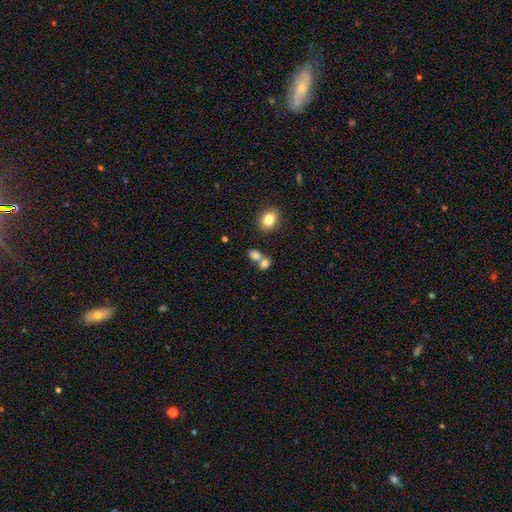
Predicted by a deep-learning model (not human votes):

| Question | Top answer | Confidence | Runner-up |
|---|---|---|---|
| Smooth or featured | smooth | 80% | star or artifact (11%) |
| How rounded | in between | 66% | round (31%) |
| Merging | merger | 47% | none (40%) |